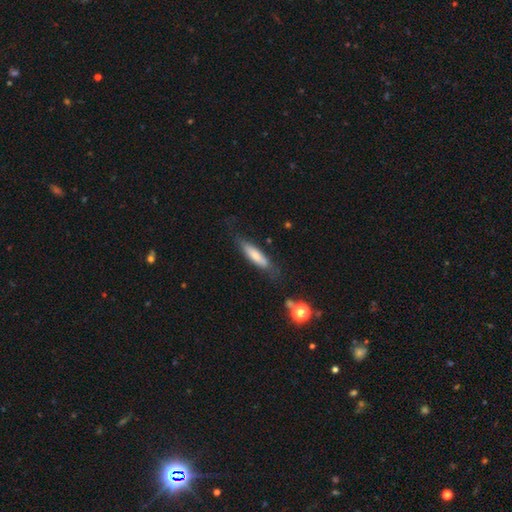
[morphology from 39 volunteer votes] Smooth or featured? smooth (79%)
How rounded? cigar-shaped (65%)
Merging? none (66%)